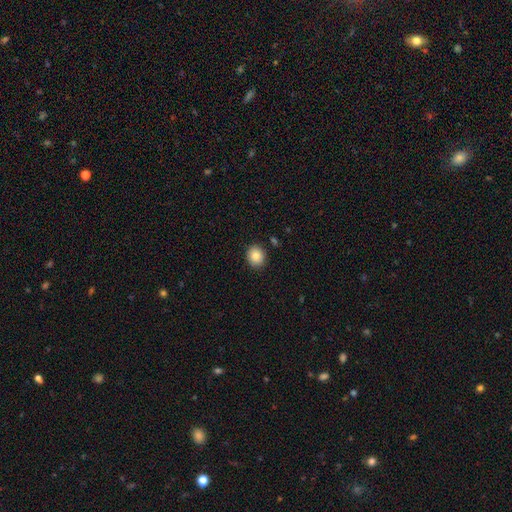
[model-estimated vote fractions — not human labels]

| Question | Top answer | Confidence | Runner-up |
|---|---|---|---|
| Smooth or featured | smooth | 84% | star or artifact (9%) |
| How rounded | round | 76% | in between (23%) |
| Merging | none | 89% | minor disturbance (7%) |